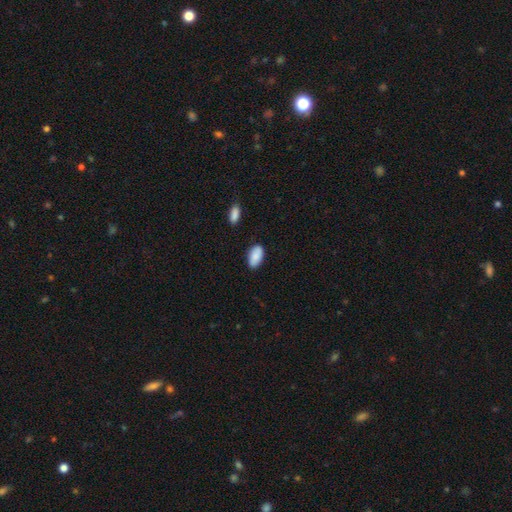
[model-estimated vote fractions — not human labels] Smooth or featured? smooth (89%)
How rounded? in between (95%)
Merging? none (83%)